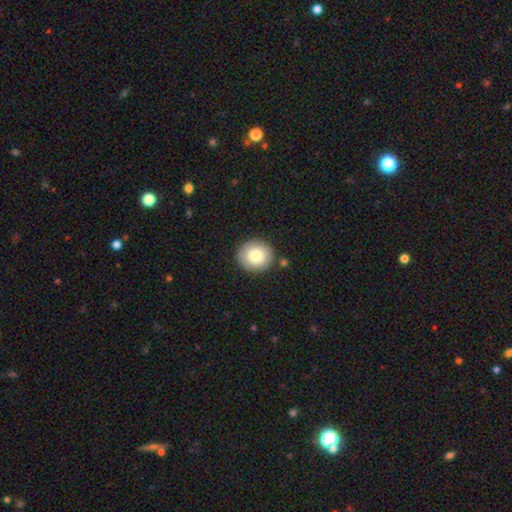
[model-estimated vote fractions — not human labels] A smooth galaxy with no disk features (81%) that is round (87%).

Vote fractions:
- Smooth or featured? smooth: 81% / featured or disk: 11% / star or artifact: 8%
- How rounded? round: 87% / in between: 12% / cigar-shaped: 1%
- Merging? none: 86% / minor disturbance: 9% / merger: 3% / major disturbance: 2%